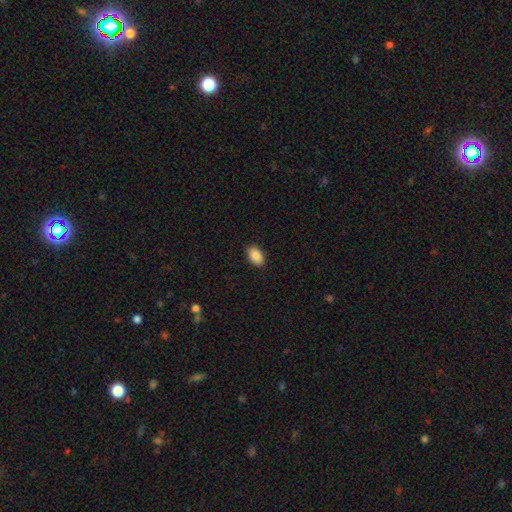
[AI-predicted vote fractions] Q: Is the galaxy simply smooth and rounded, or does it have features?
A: smooth — 90%.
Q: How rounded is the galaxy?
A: in between — 89%.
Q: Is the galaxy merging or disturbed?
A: none — 89%.